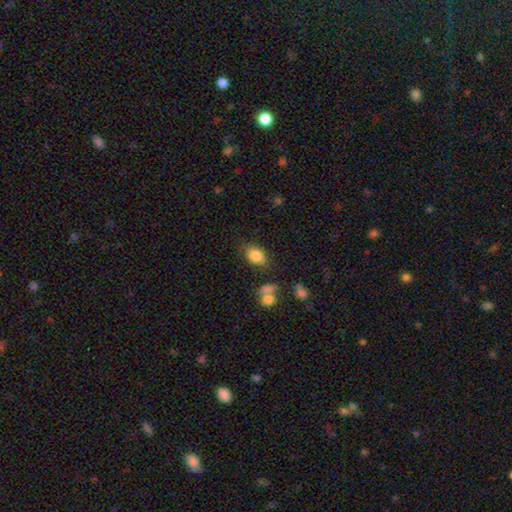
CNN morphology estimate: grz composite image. It shows a smooth galaxy with no disk features (84%) that is in between round and cigar-shaped (83%). Merging: none (75%).